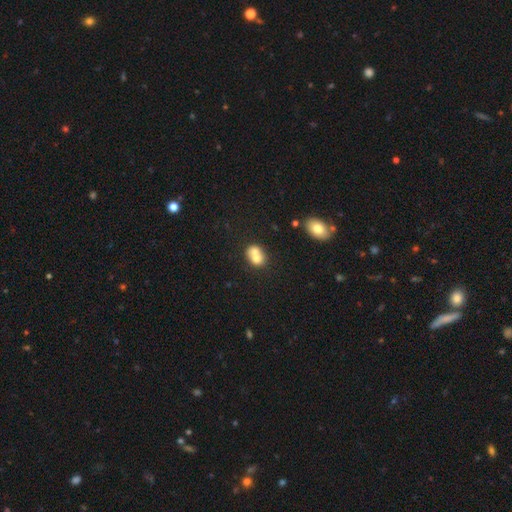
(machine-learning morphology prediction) A smooth galaxy with no disk features (68%) that is round (55%).

Vote fractions:
- Smooth or featured? smooth: 68% / featured or disk: 22% / star or artifact: 10%
- How rounded? round: 55% / in between: 44% / cigar-shaped: 1%
- Merging? merger: 65% / none: 24% / minor disturbance: 7% / major disturbance: 3%